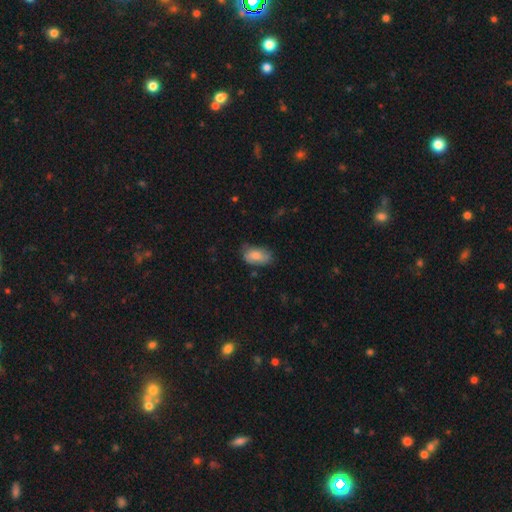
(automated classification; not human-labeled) A smooth galaxy with no disk features (79%) that is in between round and cigar-shaped (92%).

Vote fractions:
- Smooth or featured? smooth: 79% / featured or disk: 14% / star or artifact: 7%
- How rounded? in between: 92% / round: 5% / cigar-shaped: 2%
- Merging? none: 61% / minor disturbance: 30% / major disturbance: 7% / merger: 2%